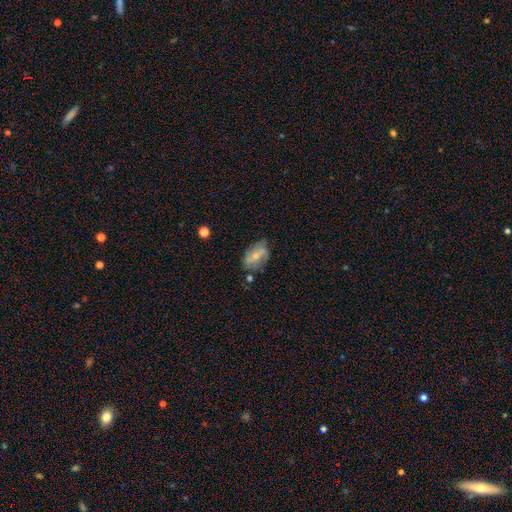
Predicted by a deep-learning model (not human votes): Smooth or featured?
  - featured or disk: 46% * (tied)
  - smooth: 46% * (tied)
  - star or artifact: 8%
Merging?
  - none: 58% *
  - minor disturbance: 28%
  - major disturbance: 9%
  - merger: 5%